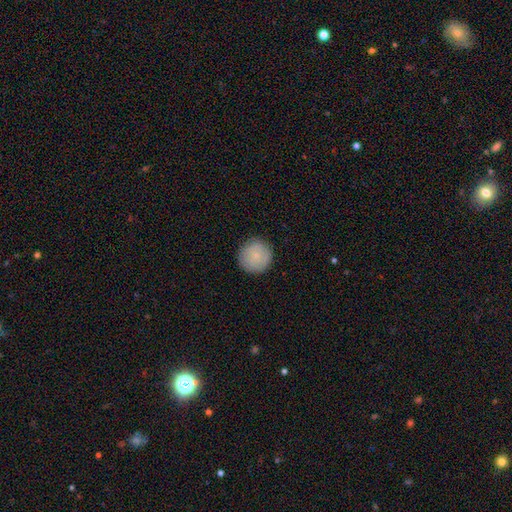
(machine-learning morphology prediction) A smooth galaxy with no disk features (79%) that is round (95%). Merging: none (88%).